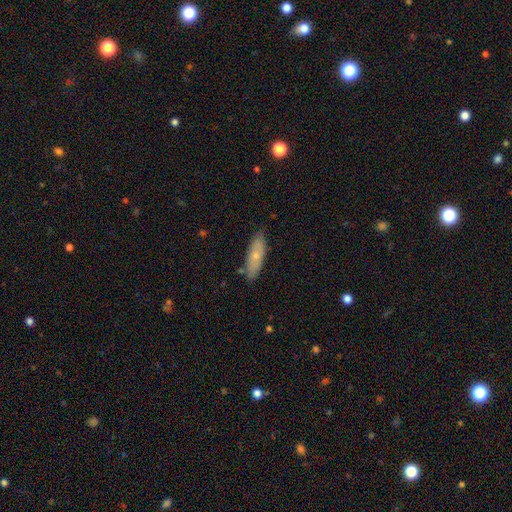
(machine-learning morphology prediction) smooth_or_featured: smooth (p=0.64) [alt: featured or disk p=0.30]
how_rounded: cigar-shaped (p=0.49) [alt: in between p=0.48]
merging: none (p=0.81) [alt: minor disturbance p=0.14]